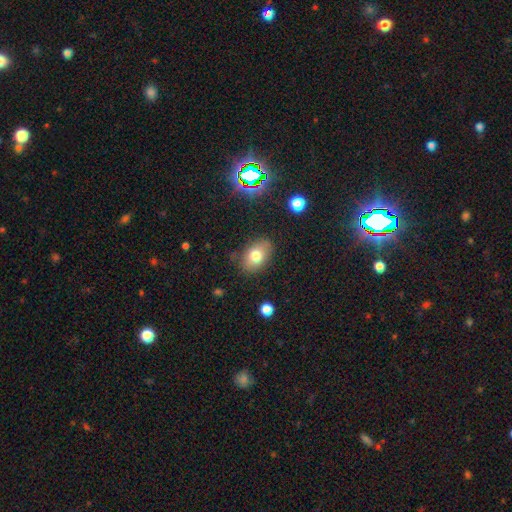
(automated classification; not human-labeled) Morphology: type=smooth (75%); roundness=in between (82%); merging=none (81%).